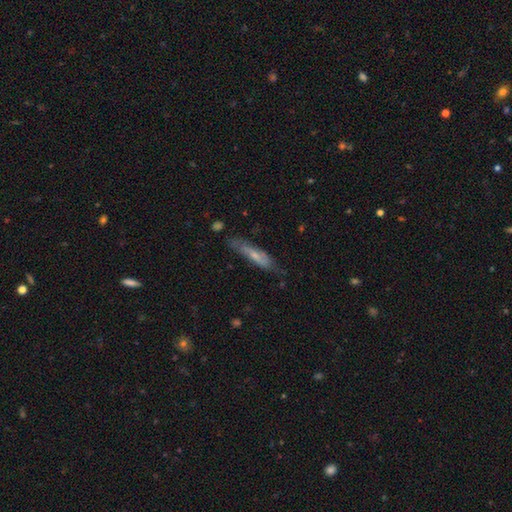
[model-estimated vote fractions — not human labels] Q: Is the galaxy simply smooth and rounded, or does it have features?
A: featured or disk — 49%.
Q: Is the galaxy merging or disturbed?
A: none — 65%.